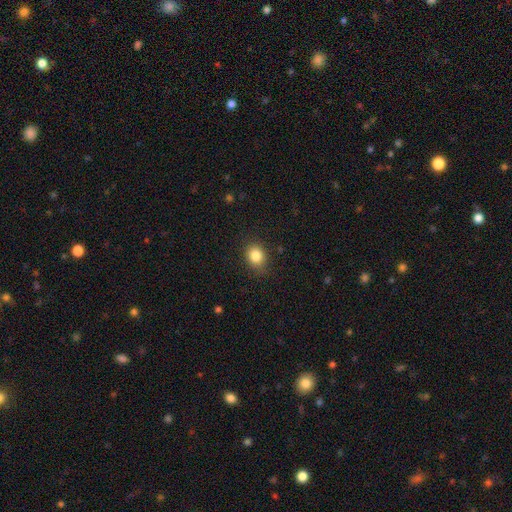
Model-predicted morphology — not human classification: Smooth or featured: smooth — 84% (star or artifact — 10%)
How rounded: round — 61% (in between — 38%)
Merging: none — 82% (minor disturbance — 13%)